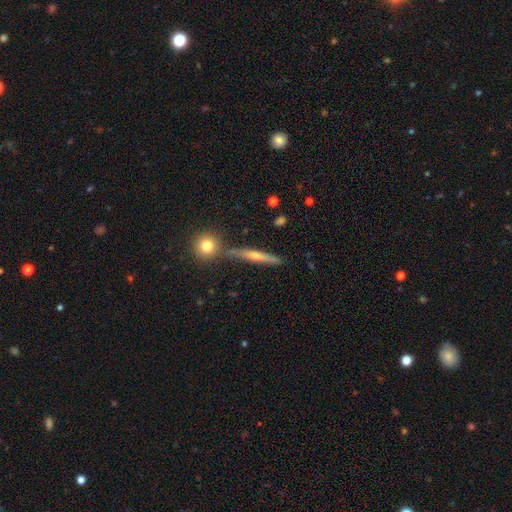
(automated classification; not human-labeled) This is likely a featured or disk galaxy (68%). It is clearly viewed edge-on (94%). Edge-on bulge: likely rounded (77%). Merging: likely none (78%).